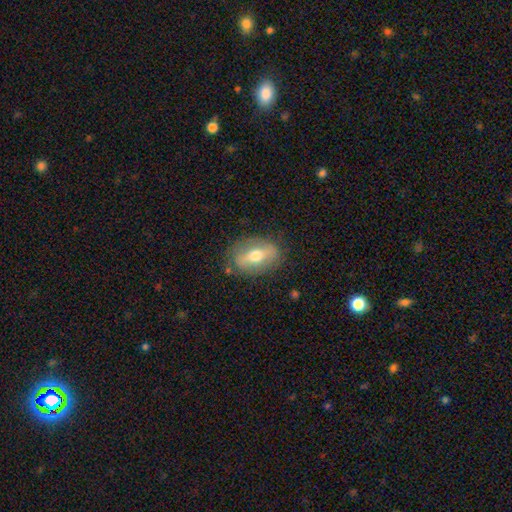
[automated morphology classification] Smooth or featured: smooth — 46% (tied with featured or disk — 46%)
Merging: none — 79% (minor disturbance — 15%)